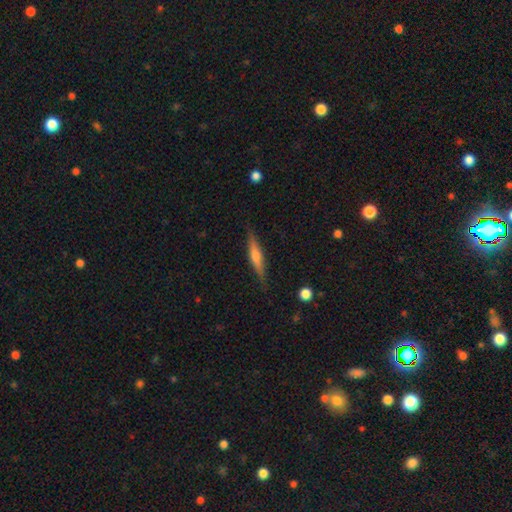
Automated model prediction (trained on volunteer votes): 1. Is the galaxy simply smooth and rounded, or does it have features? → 61% featured or disk, 33% smooth, 6% star or artifact.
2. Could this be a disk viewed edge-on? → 96% yes, 4% no.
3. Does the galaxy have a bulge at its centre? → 80% rounded, 11% none, 9% boxy.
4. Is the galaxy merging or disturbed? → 87% none, 10% minor disturbance, 2% major disturbance, 1% merger.